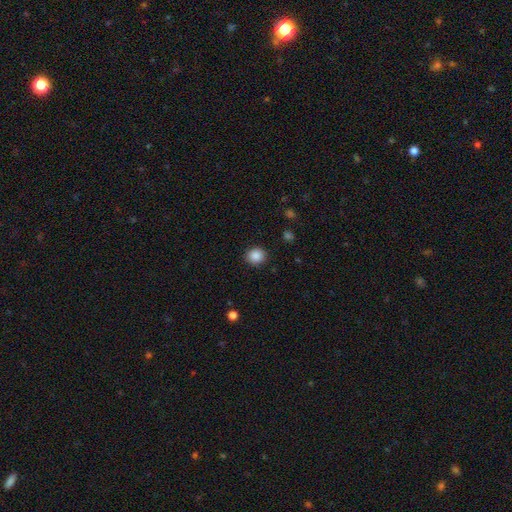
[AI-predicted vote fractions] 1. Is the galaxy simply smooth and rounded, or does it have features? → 88% smooth, 9% star or artifact, 3% featured or disk.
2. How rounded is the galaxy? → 83% round, 16% in between, 1% cigar-shaped.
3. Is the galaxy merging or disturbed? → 90% none, 7% minor disturbance, 2% major disturbance, 1% merger.